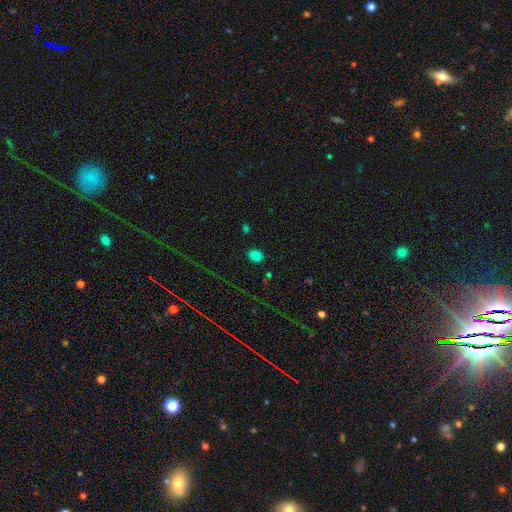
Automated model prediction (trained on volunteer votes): smooth 82%, star or artifact 13%, featured or disk 5%. Down the decision tree: how rounded — in between (53%); merging — none (87%).